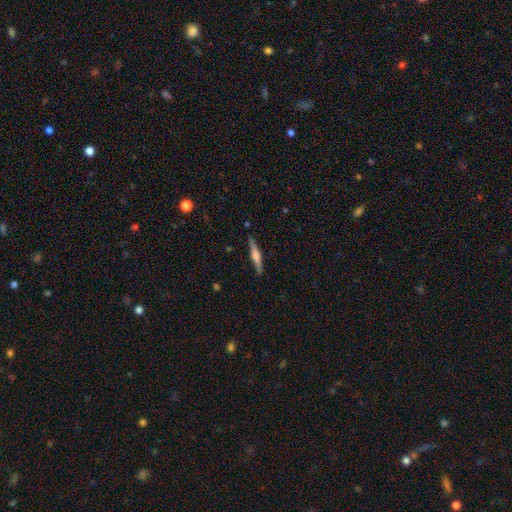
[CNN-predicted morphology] Overall: featured or disk (68%). Edge-on disk: yes (98%). Edge-on bulge: rounded (81%). Merging: none (90%).